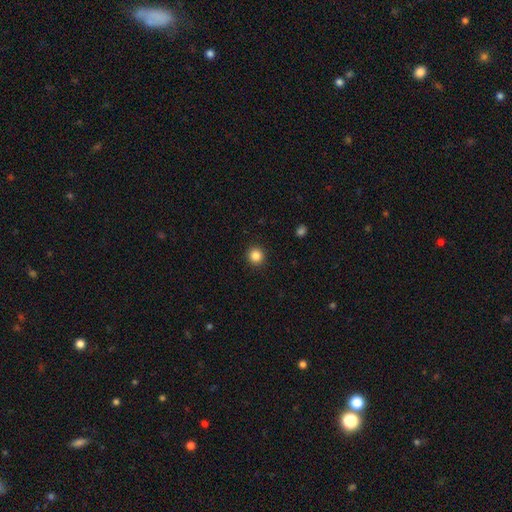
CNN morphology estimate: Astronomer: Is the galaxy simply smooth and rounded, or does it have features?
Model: smooth — 85%.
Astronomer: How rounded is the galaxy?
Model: round — 95%.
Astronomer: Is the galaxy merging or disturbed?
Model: none — 93%.